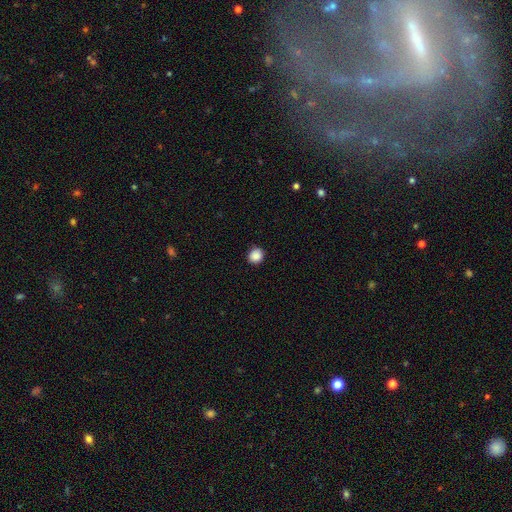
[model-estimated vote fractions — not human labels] Smooth or featured? smooth (88%)
How rounded? round (87%)
Merging? none (90%)